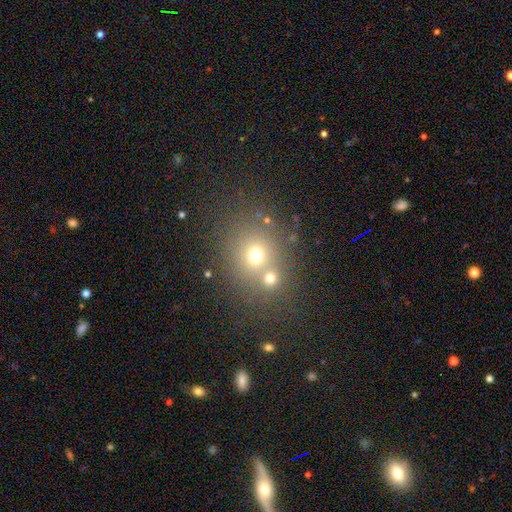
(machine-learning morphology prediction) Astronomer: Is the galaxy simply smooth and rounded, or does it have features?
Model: smooth — 66%.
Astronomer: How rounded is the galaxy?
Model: round — 77%.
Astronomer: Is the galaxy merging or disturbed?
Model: none — 50% (runner-up: merger, 37%).